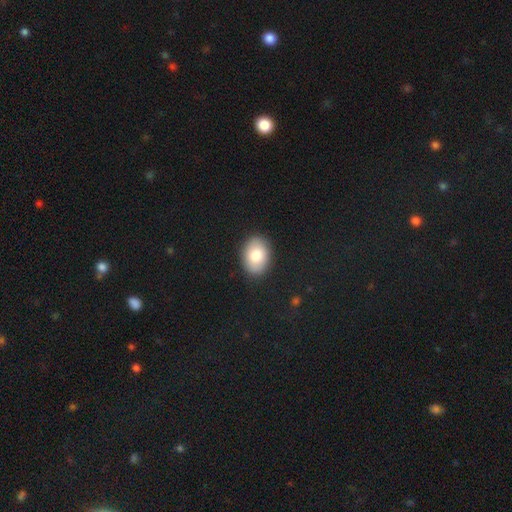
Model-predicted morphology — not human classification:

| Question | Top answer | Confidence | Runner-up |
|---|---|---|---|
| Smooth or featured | smooth | 83% | featured or disk (10%) |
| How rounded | in between | 75% | round (24%) |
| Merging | none | 89% | minor disturbance (8%) |